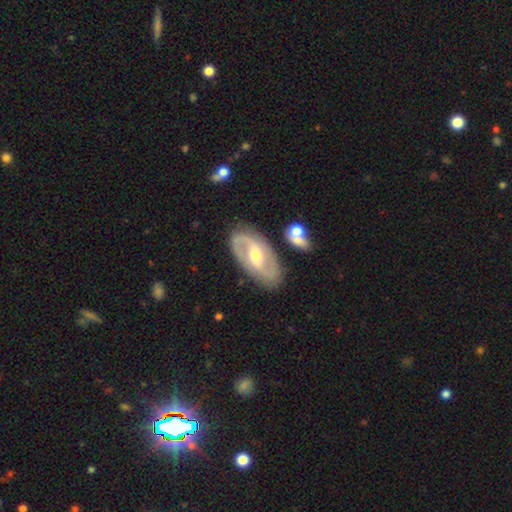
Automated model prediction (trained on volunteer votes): This appears to be a featured or disk galaxy (81%) with a weak bar (47%), 2 (85%) medium (49%) spiral arms (87%) and a moderate central bulge (68%). Merging: none (80%).